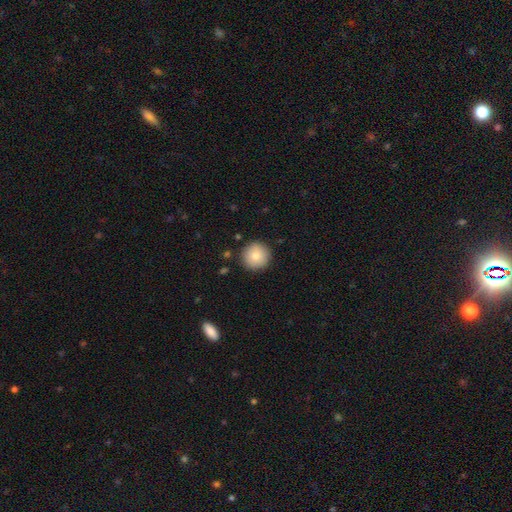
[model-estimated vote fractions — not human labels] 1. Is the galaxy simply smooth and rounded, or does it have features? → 82% smooth, 9% featured or disk, 8% star or artifact.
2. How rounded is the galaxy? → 96% round, 3% in between, 1% cigar-shaped.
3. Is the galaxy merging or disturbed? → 90% none, 7% minor disturbance, 2% major disturbance, 1% merger.